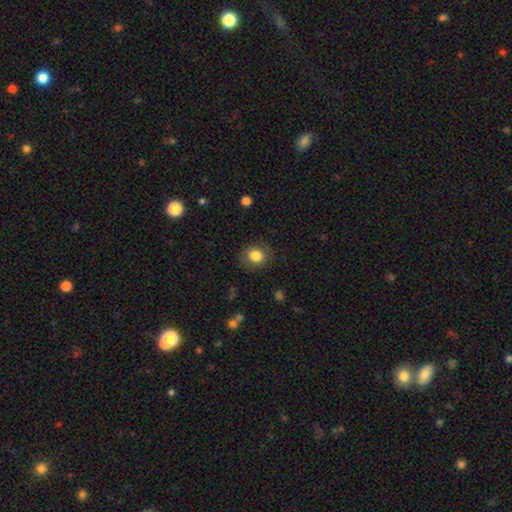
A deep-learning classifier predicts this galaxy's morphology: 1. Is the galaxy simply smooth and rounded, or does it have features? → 82% smooth, 9% star or artifact, 8% featured or disk.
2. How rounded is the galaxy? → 69% round, 30% in between, 1% cigar-shaped.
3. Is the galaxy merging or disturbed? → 84% none, 11% minor disturbance, 4% major disturbance, 1% merger.